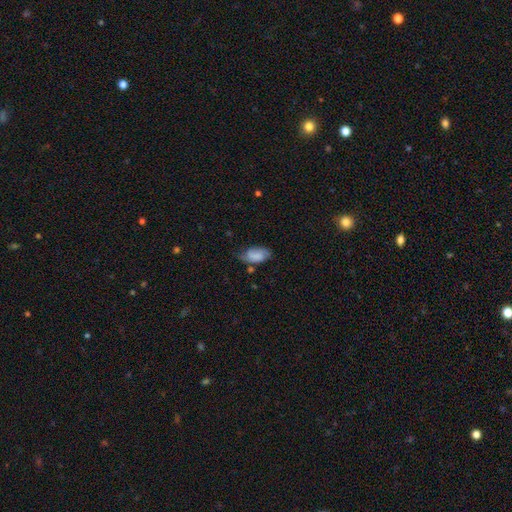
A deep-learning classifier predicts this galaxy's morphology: A smooth galaxy with no disk features (65%) that is in between round and cigar-shaped (93%). Merging: none (56%).